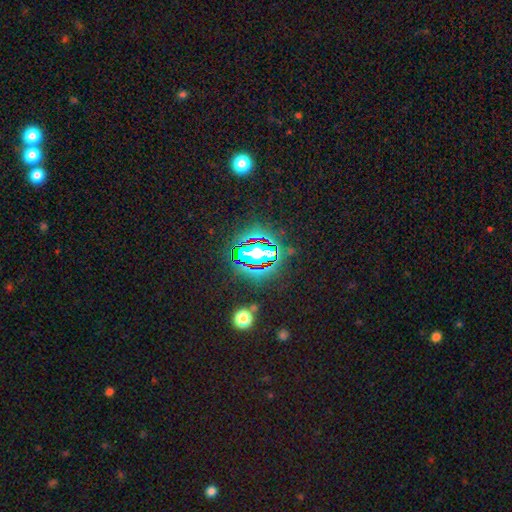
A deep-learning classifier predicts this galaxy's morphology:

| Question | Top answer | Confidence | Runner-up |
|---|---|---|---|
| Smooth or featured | star or artifact | 81% | smooth (12%) |